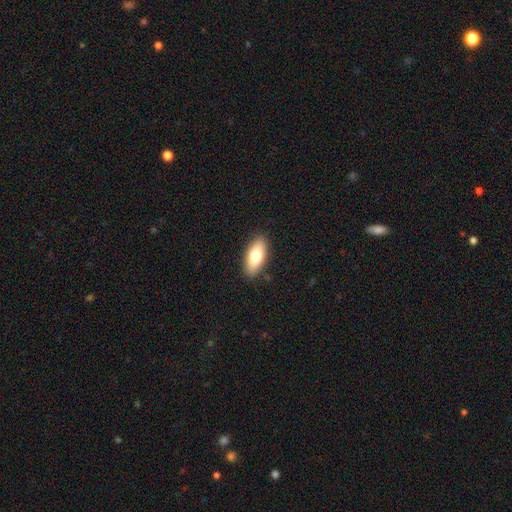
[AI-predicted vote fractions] smooth 76%, featured or disk 18%, star or artifact 6%. Down the decision tree: how rounded — in between (84%); merging — none (89%).